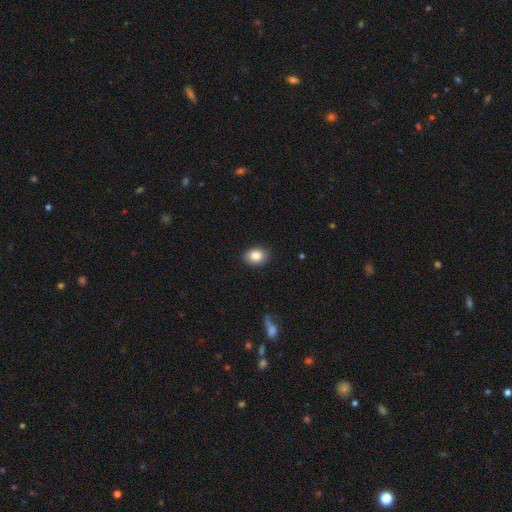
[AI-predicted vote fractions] This appears to be a smooth galaxy with no disk features (86%) that is in between round and cigar-shaped (61%). Merging: none (85%).